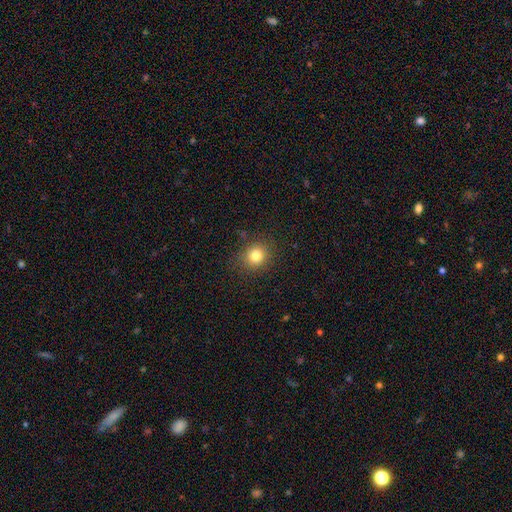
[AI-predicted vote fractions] Smooth or featured? smooth (81%)
How rounded? round (79%)
Merging? none (86%)